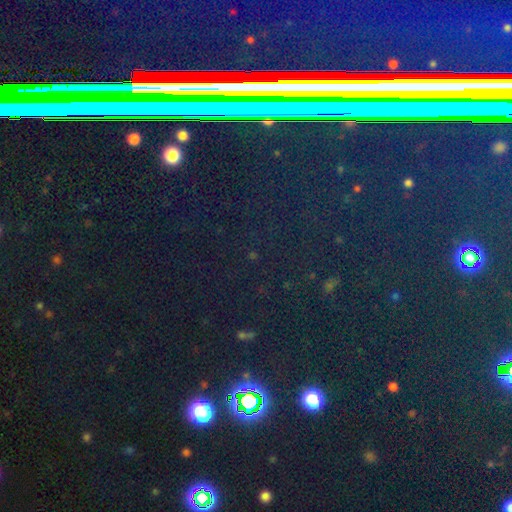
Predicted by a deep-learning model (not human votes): A star or artifact, not a galaxy (82%).

Vote fractions:
- Smooth or featured? star or artifact: 82% / smooth: 11% / featured or disk: 7%